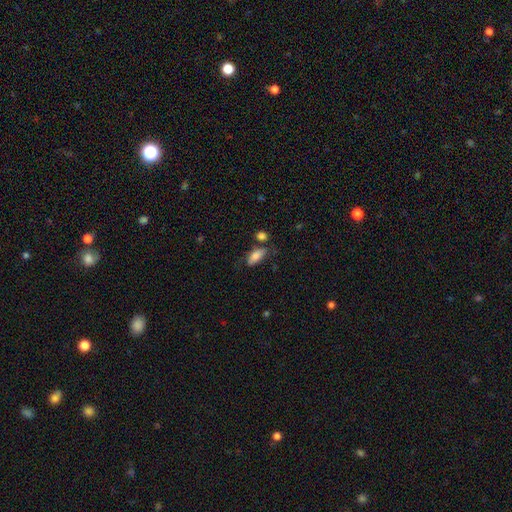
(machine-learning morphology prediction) Smooth or featured? smooth (79%)
How rounded? in between (85%)
Merging? none (57%)